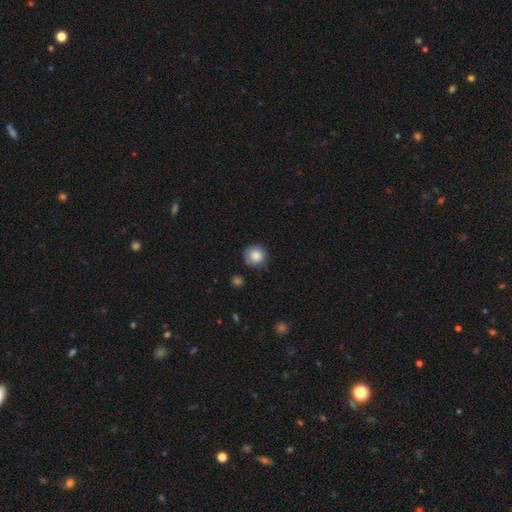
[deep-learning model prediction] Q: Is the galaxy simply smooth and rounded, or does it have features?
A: smooth — 85%.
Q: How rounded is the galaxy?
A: round — 93%.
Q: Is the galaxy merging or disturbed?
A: none — 81%.